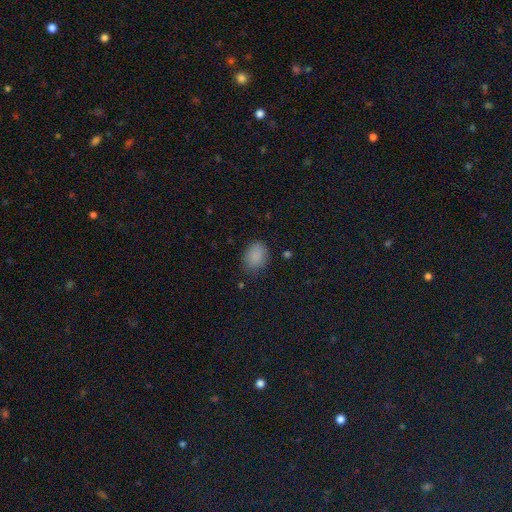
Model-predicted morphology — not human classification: The model was most divided on "how rounded": in between: 66%, round: 33%, cigar-shaped: 1%. More confident: smooth or featured — smooth (86%); merging — none (78%).